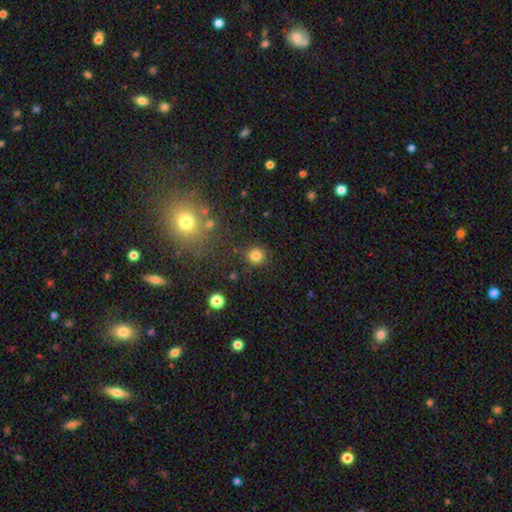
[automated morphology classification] Smooth or featured: smooth — 81% (star or artifact — 14%)
How rounded: round — 93% (in between — 6%)
Merging: none — 86% (minor disturbance — 8%)